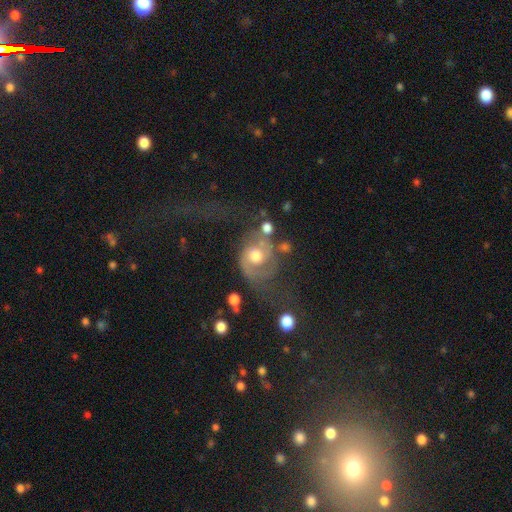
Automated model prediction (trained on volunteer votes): This appears to be a featured or disk galaxy (75%) with no bar (70%), 2 (71%) medium (40%) spiral arms (84%) and a moderate central bulge (71%). Merging: major disturbance (41%).